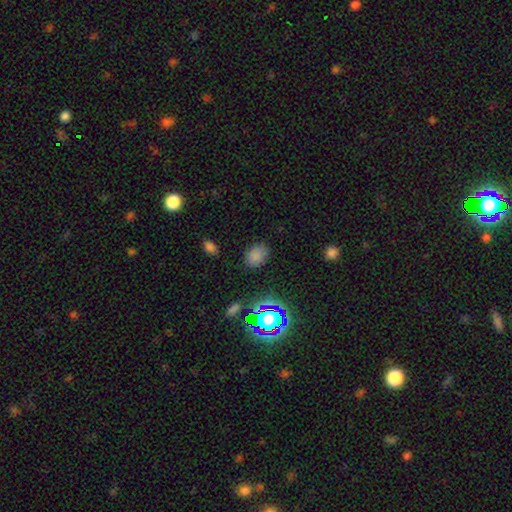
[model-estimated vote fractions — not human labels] Q: Smooth or featured?
A: smooth (76%); runner-up: star or artifact (18%)
Q: How rounded?
A: in between (71%); runner-up: round (28%)
Q: Merging?
A: none (82%); runner-up: minor disturbance (13%)